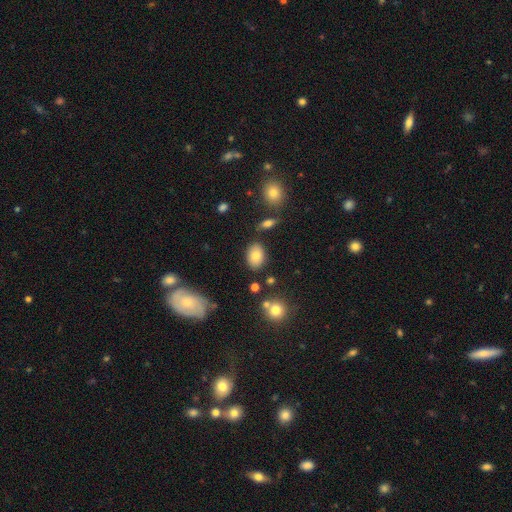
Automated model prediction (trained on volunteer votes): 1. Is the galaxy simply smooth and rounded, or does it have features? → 79% smooth, 13% featured or disk, 9% star or artifact.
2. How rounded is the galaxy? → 81% in between, 18% round, 1% cigar-shaped.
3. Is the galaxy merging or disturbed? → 81% none, 12% minor disturbance, 4% merger, 3% major disturbance.